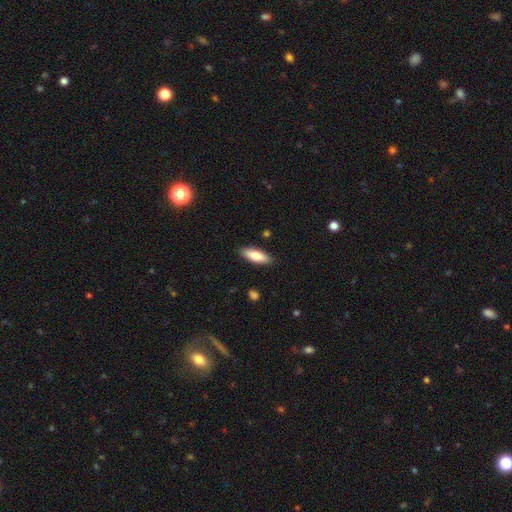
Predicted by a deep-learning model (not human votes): Morphology: type=smooth (78%); roundness=in between (62%); merging=none (88%).